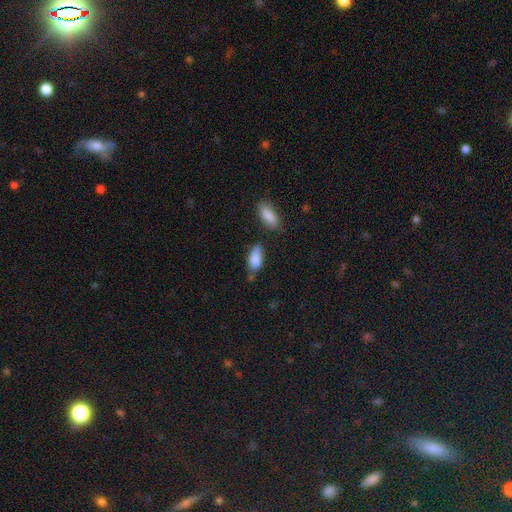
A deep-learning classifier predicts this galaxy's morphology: A smooth galaxy with no disk features (86%) that is in between round and cigar-shaped (86%).

Vote fractions:
- Smooth or featured? smooth: 86% / star or artifact: 7% / featured or disk: 7%
- How rounded? in between: 86% / cigar-shaped: 12% / round: 3%
- Merging? none: 58% / minor disturbance: 26% / merger: 10% / major disturbance: 6%